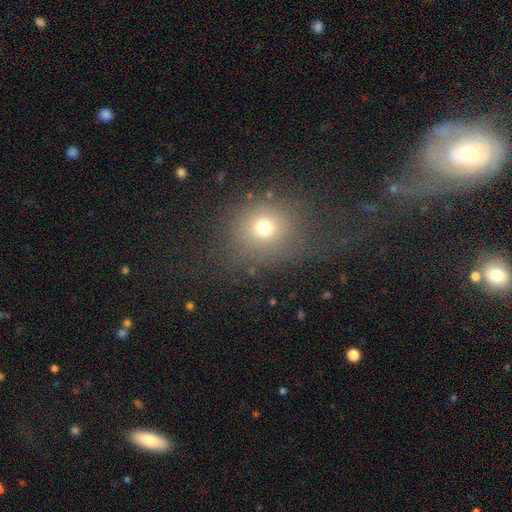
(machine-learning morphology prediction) type=smooth (56%); roundness=round (77%); merging=none (49%).